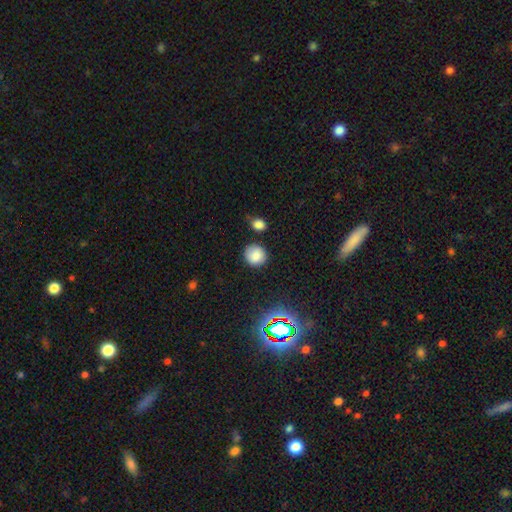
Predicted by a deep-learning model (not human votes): Smooth or featured?
  - smooth: 82% *
  - star or artifact: 12%
  - featured or disk: 6%
How rounded?
  - round: 90% *
  - in between: 9%
  - cigar-shaped: 1%
Merging?
  - none: 82% *
  - minor disturbance: 11%
  - merger: 4%
  - major disturbance: 3%